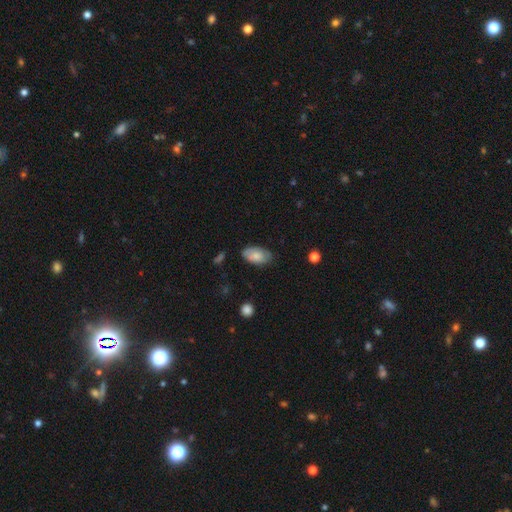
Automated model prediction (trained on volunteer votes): Smooth or featured? Predicted: smooth (p=0.74). How rounded? Predicted: in between (p=0.94). Merging? Predicted: none (p=0.73).